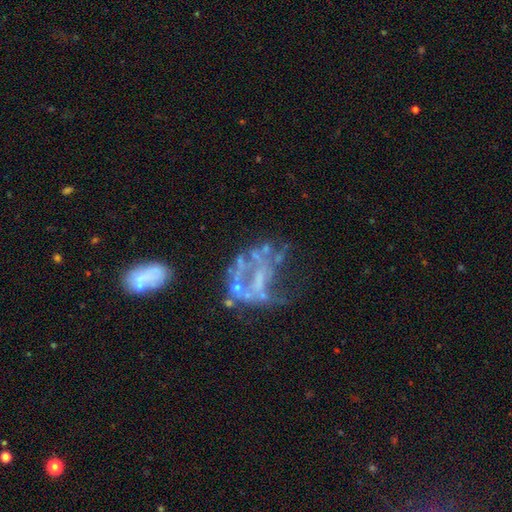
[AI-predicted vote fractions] featured or disk 59%, star or artifact 27%, smooth 14%. Down the decision tree: edge-on disk — no (95%); bar — no (70%); spiral arms — no (70%); bulge size — none (58%); merging — major disturbance (38%).